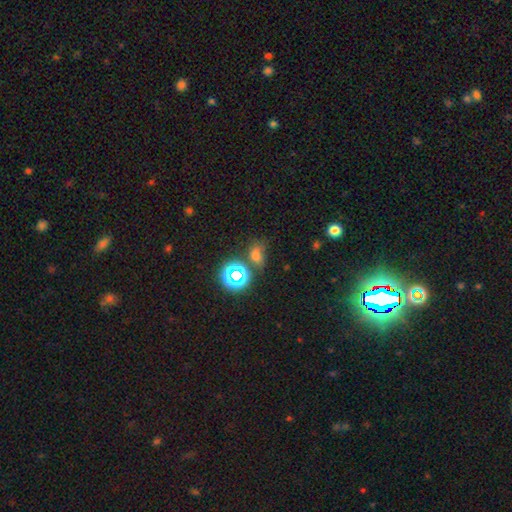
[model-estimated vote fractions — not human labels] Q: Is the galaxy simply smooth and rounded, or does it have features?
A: smooth — 59%.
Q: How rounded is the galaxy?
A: in between — 64%.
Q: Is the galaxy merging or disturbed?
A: none — 54%.